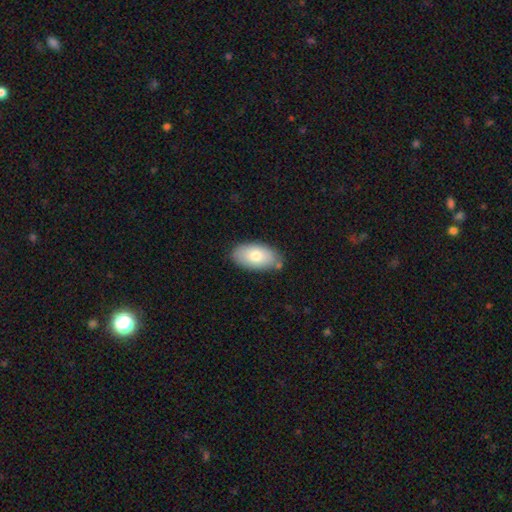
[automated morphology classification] A smooth galaxy with no disk features (76%) that is in between round and cigar-shaped (94%).

Vote fractions:
- Smooth or featured? smooth: 76% / featured or disk: 18% / star or artifact: 7%
- How rounded? in between: 94% / round: 4% / cigar-shaped: 2%
- Merging? none: 78% / minor disturbance: 15% / merger: 4% / major disturbance: 3%